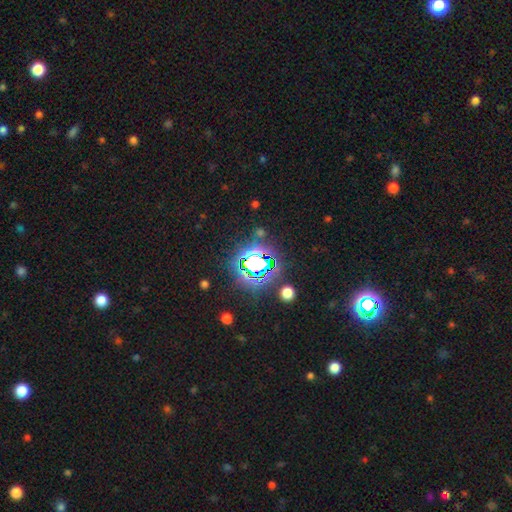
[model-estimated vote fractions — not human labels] Morphology: type=star or artifact (78%).